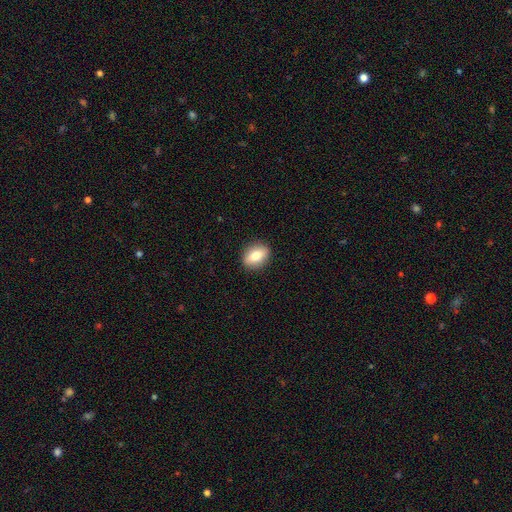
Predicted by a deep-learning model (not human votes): This appears to be a smooth galaxy with no disk features (75%) that is in between round and cigar-shaped (69%). Merging: none (89%).